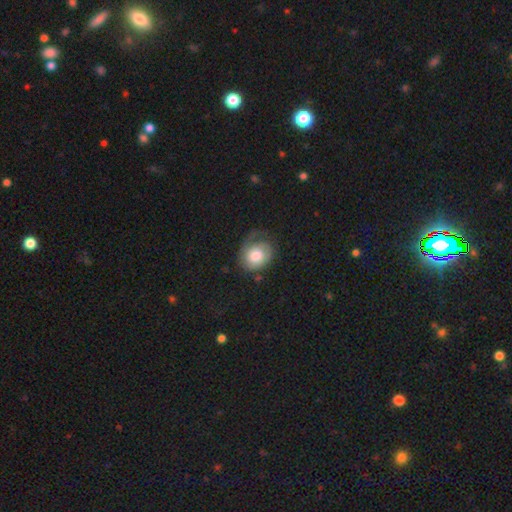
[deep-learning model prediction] Smooth or featured?
  - smooth: 47% *
  - featured or disk: 46%
  - star or artifact: 7%
Merging?
  - none: 48% *
  - minor disturbance: 28%
  - major disturbance: 22%
  - merger: 2%